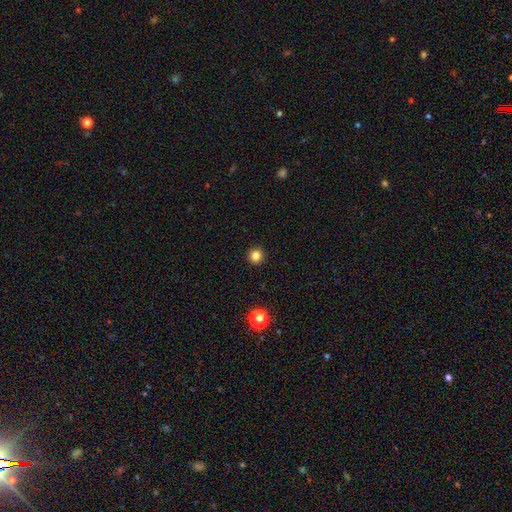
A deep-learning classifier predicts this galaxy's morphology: This is clearly a smooth galaxy (83%). How rounded: clearly round (95%). Merging: clearly none (94%).